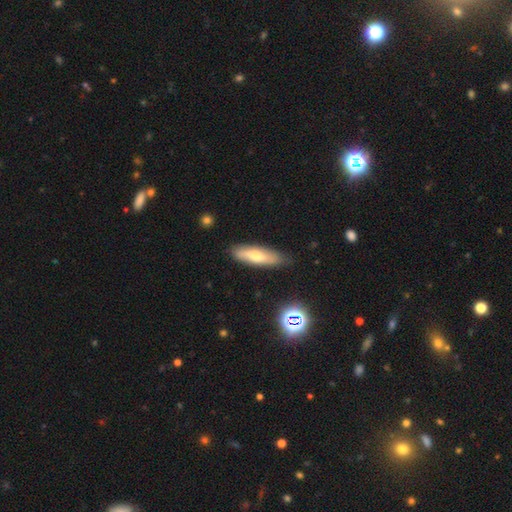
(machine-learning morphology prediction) smooth_or_featured: smooth (p=0.63) [alt: featured or disk p=0.29]
how_rounded: cigar-shaped (p=0.58) [alt: in between p=0.40]
merging: none (p=0.81) [alt: minor disturbance p=0.15]